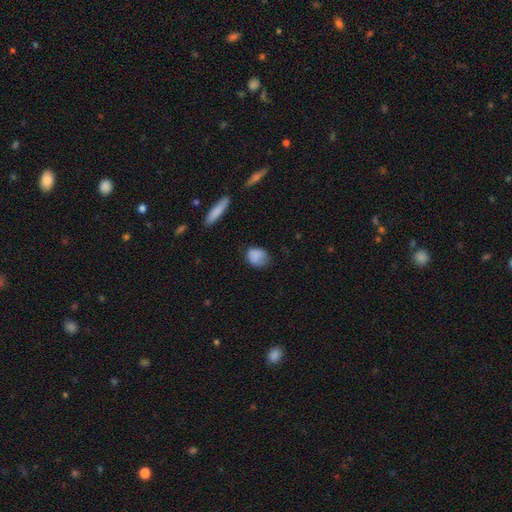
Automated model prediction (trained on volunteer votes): Smooth or featured? Predicted: smooth (p=0.83). How rounded? Predicted: in between (p=0.54). Merging? Predicted: none (p=0.61).